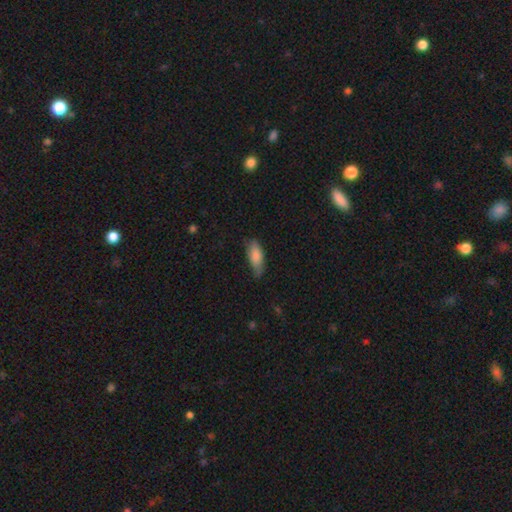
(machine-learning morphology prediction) The model was most divided on "merging": none: 63%, minor disturbance: 30%, major disturbance: 5%, merger: 2%. More confident: smooth or featured — smooth (84%); how rounded — in between (75%).